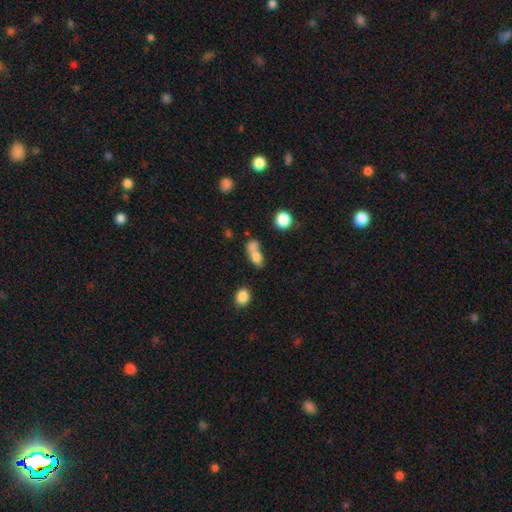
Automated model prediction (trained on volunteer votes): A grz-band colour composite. It shows a smooth galaxy with no disk features (75%) that is in between round and cigar-shaped (67%). Merging: merger (54%).